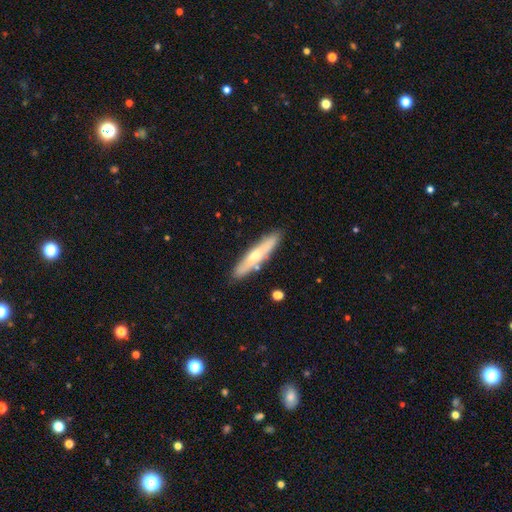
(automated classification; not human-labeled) Smooth or featured?
  - smooth: 54% *
  - featured or disk: 41%
  - star or artifact: 6%
How rounded?
  - cigar-shaped: 86% *
  - in between: 13%
  - round: 1%
Merging?
  - none: 83% *
  - minor disturbance: 12%
  - merger: 4%
  - major disturbance: 2%